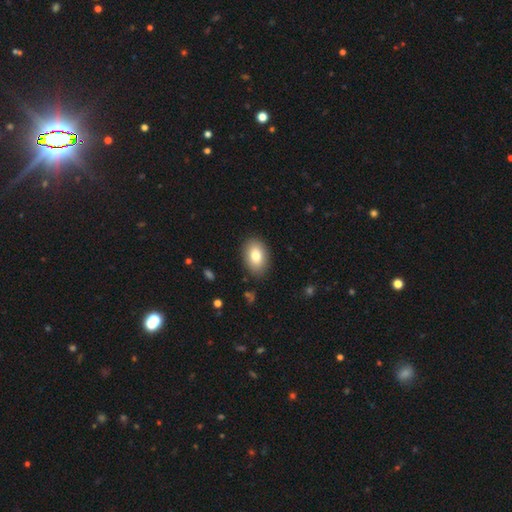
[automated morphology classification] smooth-or-featured: smooth: 81% | featured or disk: 12% | star or artifact: 7%
  how-rounded: in between: 87% | round: 11% | cigar-shaped: 1%
  merging: none: 87% | minor disturbance: 9% | major disturbance: 2% | merger: 1%